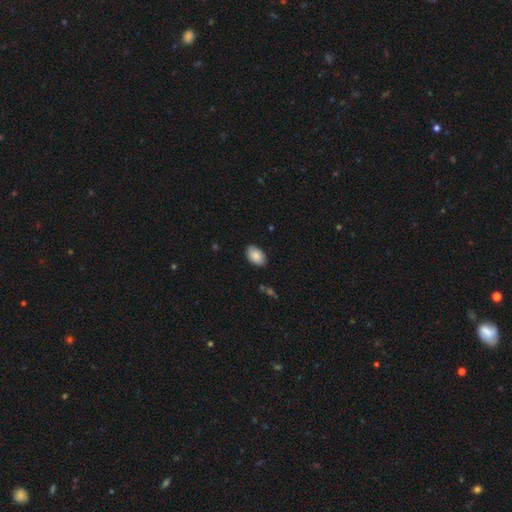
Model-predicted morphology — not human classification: This appears to be a smooth galaxy with no disk features (88%) that is in between round and cigar-shaped (91%). Merging: none (86%).